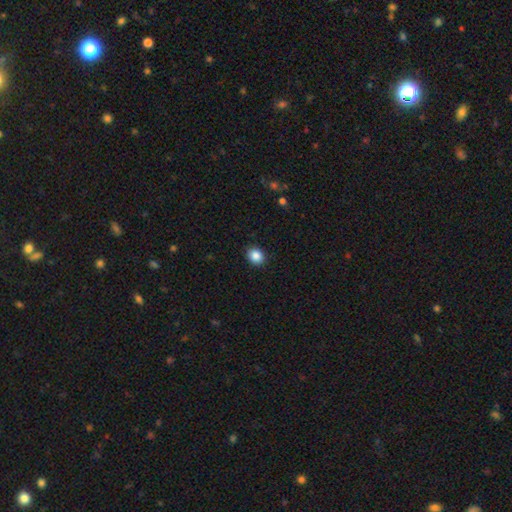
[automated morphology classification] The model was most divided on "how rounded": round: 66%, in between: 34%, cigar-shaped: 1%. More confident: merging — none (90%); smooth or featured — smooth (87%).